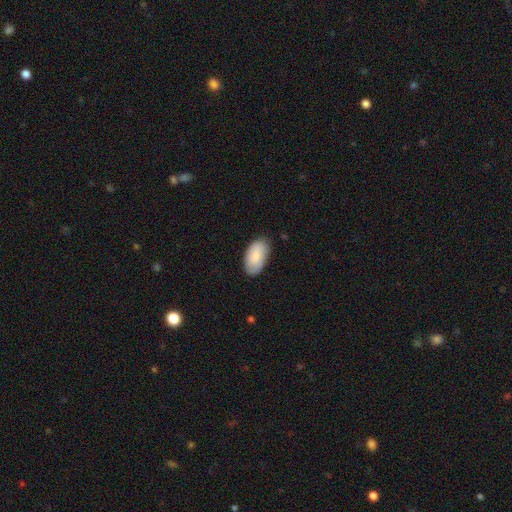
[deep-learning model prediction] A smooth galaxy with no disk features (84%) that is in between round and cigar-shaped (96%).

Vote fractions:
- Smooth or featured? smooth: 84% / featured or disk: 10% / star or artifact: 6%
- How rounded? in between: 96% / round: 3% / cigar-shaped: 2%
- Merging? none: 80% / minor disturbance: 16% / major disturbance: 3% / merger: 1%